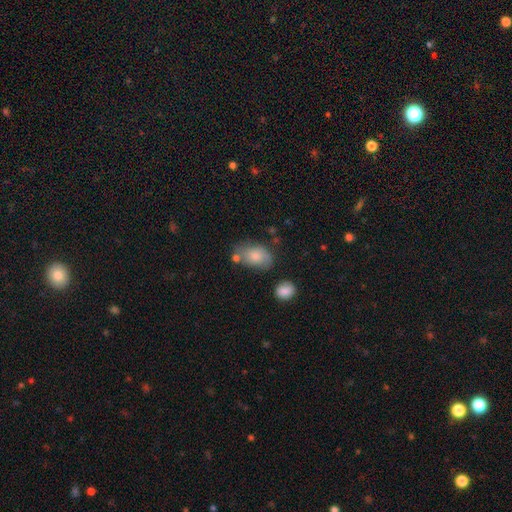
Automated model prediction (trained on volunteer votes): A smooth galaxy with no disk features (73%) that is in between round and cigar-shaped (84%). Merging: none (55%).